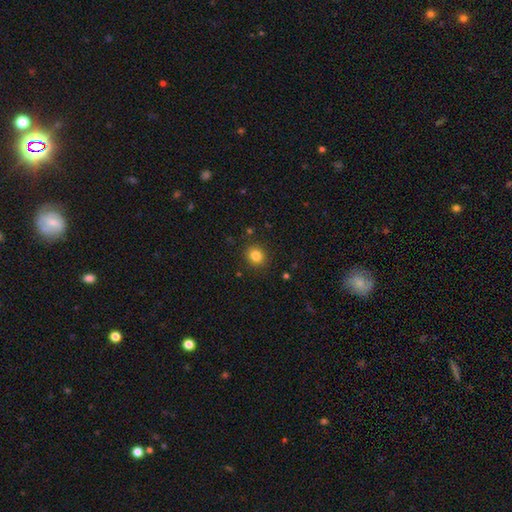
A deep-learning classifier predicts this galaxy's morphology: smooth_or_featured: smooth (p=0.83) [alt: star or artifact p=0.11]
how_rounded: round (p=0.78) [alt: in between p=0.21]
merging: none (p=0.89) [alt: minor disturbance p=0.07]